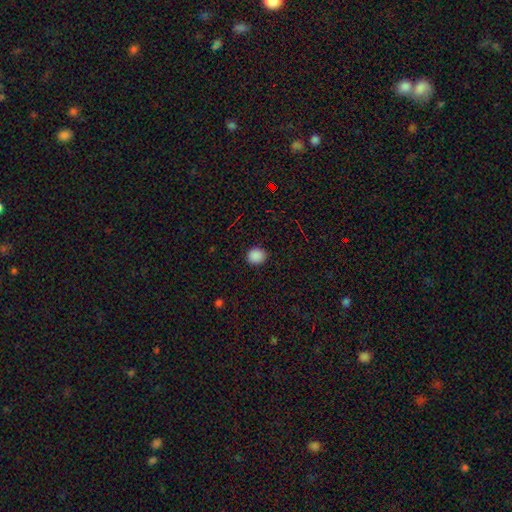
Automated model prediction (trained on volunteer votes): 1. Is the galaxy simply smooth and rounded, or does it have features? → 87% smooth, 11% star or artifact, 3% featured or disk.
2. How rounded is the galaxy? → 83% round, 16% in between, 1% cigar-shaped.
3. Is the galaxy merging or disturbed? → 90% none, 7% minor disturbance, 2% major disturbance, 1% merger.